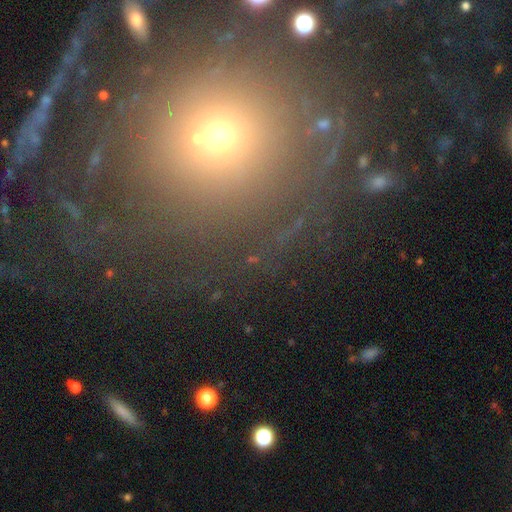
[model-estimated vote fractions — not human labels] Q: Smooth or featured?
A: smooth (42%); runner-up: star or artifact (36%)
Q: Merging?
A: none (75%); runner-up: minor disturbance (11%)